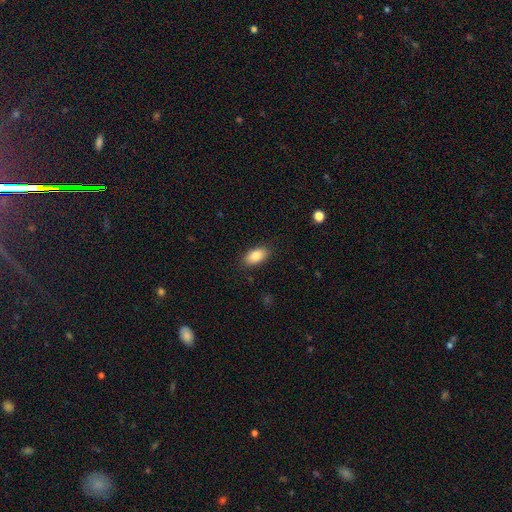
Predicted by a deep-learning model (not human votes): A smooth galaxy with no disk features (85%) that is in between round and cigar-shaped (92%).

Vote fractions:
- Smooth or featured? smooth: 85% / featured or disk: 8% / star or artifact: 7%
- How rounded? in between: 92% / round: 5% / cigar-shaped: 3%
- Merging? none: 88% / minor disturbance: 9% / major disturbance: 2% / merger: 1%